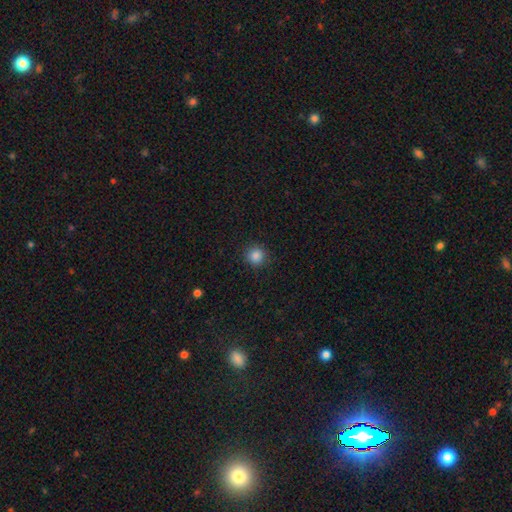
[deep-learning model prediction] A smooth galaxy with no disk features (85%) that is round (93%). Merging: none (90%).